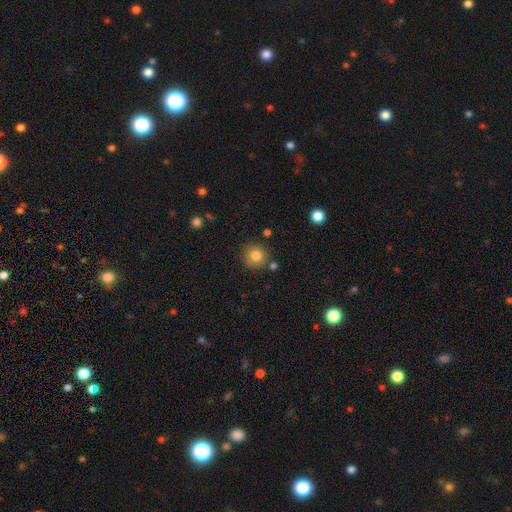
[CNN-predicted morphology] Q: Smooth or featured?
A: smooth (81%); runner-up: star or artifact (11%)
Q: How rounded?
A: round (93%); runner-up: in between (6%)
Q: Merging?
A: none (82%); runner-up: minor disturbance (10%)